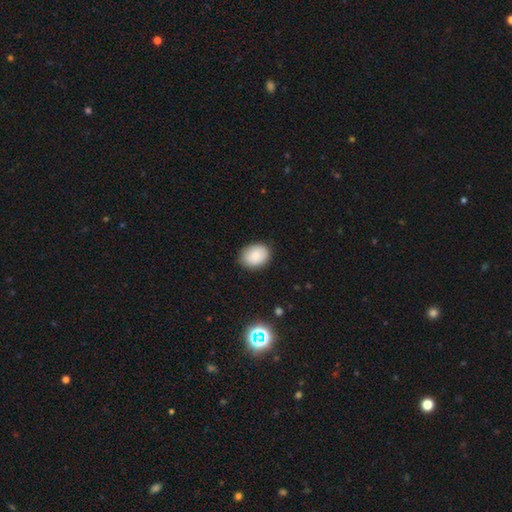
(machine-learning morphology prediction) The model was most divided on "how rounded": in between: 61%, round: 38%, cigar-shaped: 1%. More confident: smooth or featured — smooth (85%); merging — none (85%).